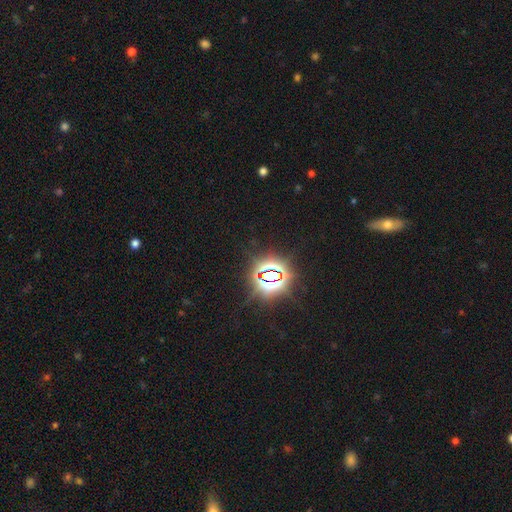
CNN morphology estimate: Smooth or featured? star or artifact (82%)